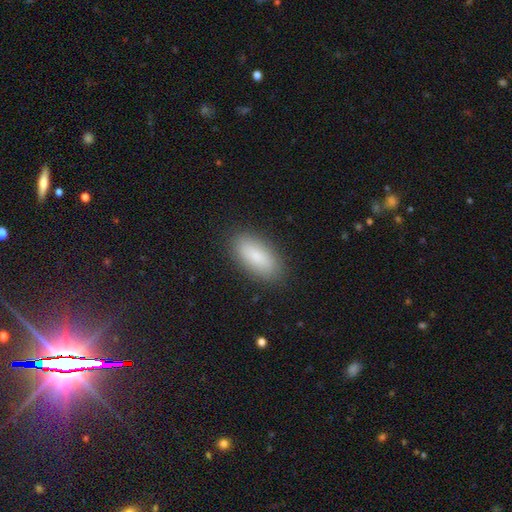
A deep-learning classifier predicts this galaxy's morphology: smooth_or_featured: smooth (p=0.83) [alt: featured or disk p=0.09]
how_rounded: in between (p=0.85) [alt: cigar-shaped p=0.12]
merging: none (p=0.88) [alt: minor disturbance p=0.08]